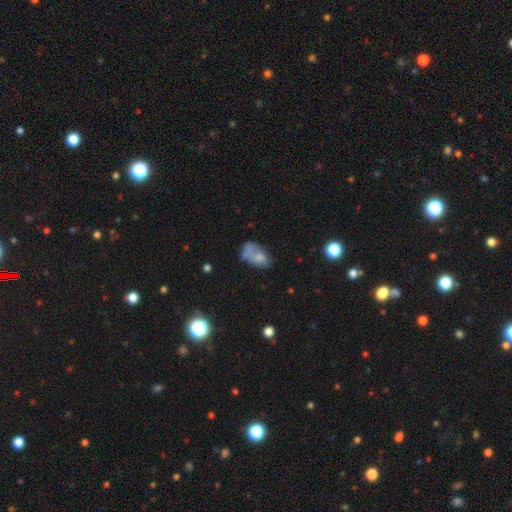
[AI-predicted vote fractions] smooth-or-featured: smooth: 63% | featured or disk: 25% | star or artifact: 12%
  how-rounded: in between: 84% | round: 13% | cigar-shaped: 2%
  merging: merger: 39% | none: 26% | major disturbance: 18% | minor disturbance: 17%